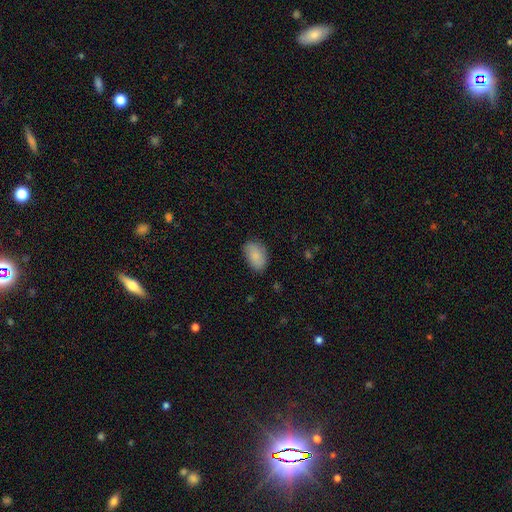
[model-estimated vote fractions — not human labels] Smooth or featured? Predicted: smooth (p=0.87). How rounded? Predicted: in between (p=0.91). Merging? Predicted: none (p=0.79).